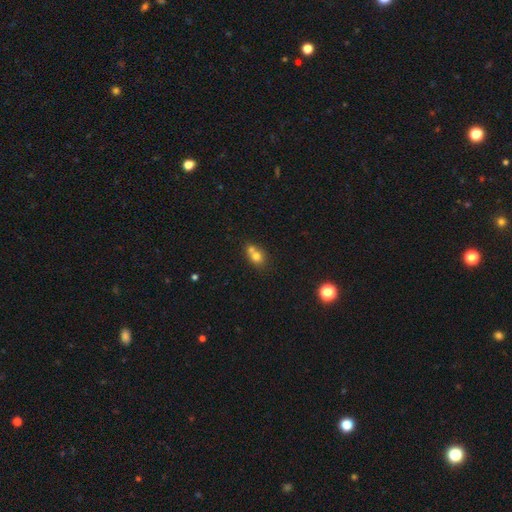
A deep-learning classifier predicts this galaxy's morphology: smooth 72%, featured or disk 16%, star or artifact 12%. Down the decision tree: how rounded — round (59%); merging — merger (56%).